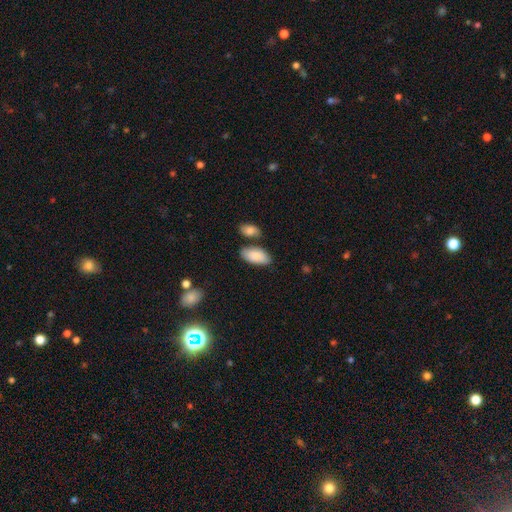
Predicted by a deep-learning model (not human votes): A smooth galaxy with no disk features (86%) that is in between round and cigar-shaped (94%). Merging: none (70%).